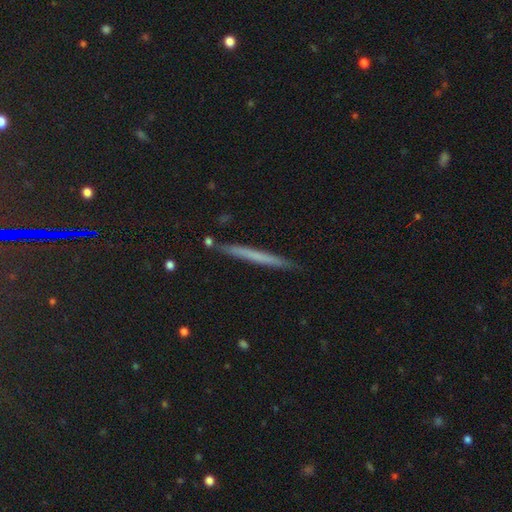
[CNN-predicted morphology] Smooth or featured: smooth — 54% (featured or disk — 38%)
How rounded: cigar-shaped — 97% (in between — 2%)
Merging: none — 90% (minor disturbance — 7%)